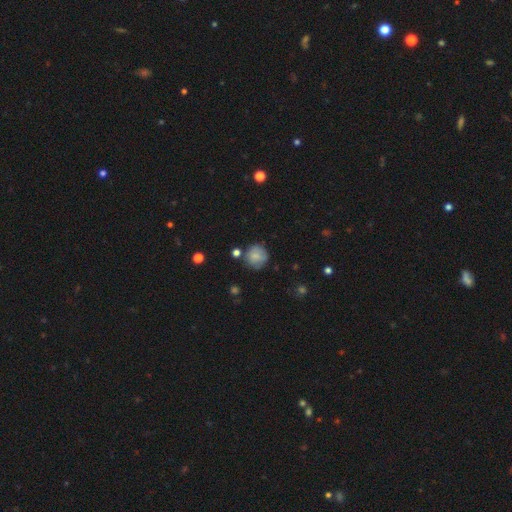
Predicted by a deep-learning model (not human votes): Q: Smooth or featured?
A: smooth (80%); runner-up: featured or disk (12%)
Q: How rounded?
A: round (91%); runner-up: in between (8%)
Q: Merging?
A: none (73%); runner-up: minor disturbance (17%)